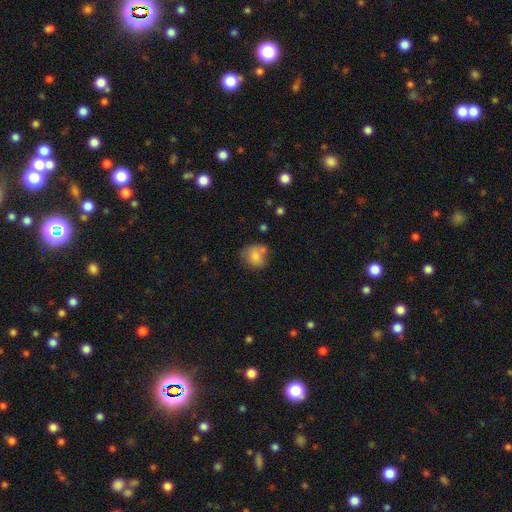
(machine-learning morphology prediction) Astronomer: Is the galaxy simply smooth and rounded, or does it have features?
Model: smooth — 77%.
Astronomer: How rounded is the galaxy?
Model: round — 64%.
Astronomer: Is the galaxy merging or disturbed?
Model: none — 53%.